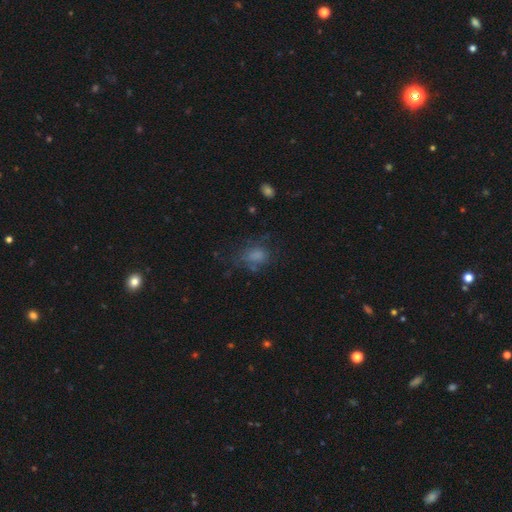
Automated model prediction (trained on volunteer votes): smooth_or_featured: smooth (p=0.68) [alt: featured or disk p=0.17]
how_rounded: in between (p=0.67) [alt: round p=0.32]
merging: none (p=0.50) [alt: minor disturbance p=0.25]